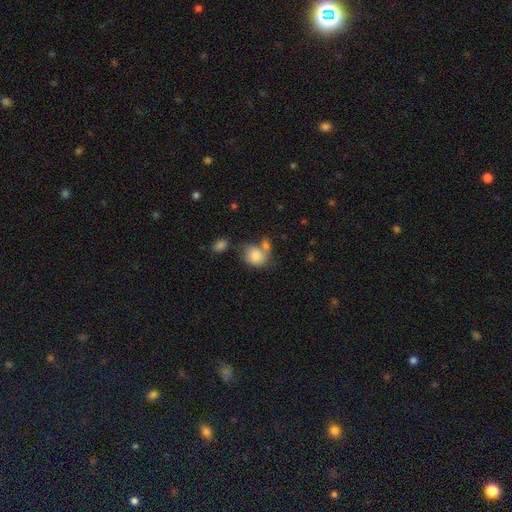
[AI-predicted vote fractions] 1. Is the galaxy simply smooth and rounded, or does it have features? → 79% smooth, 13% featured or disk, 8% star or artifact.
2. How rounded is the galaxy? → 55% round, 44% in between, 1% cigar-shaped.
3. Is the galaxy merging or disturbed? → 39% none, 34% merger, 18% minor disturbance, 9% major disturbance.